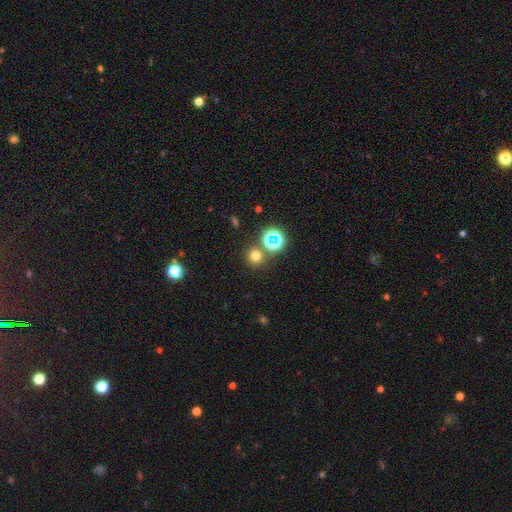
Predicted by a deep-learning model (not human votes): Smooth or featured?
  - smooth: 68% *
  - star or artifact: 26%
  - featured or disk: 7%
How rounded?
  - round: 91% *
  - in between: 8%
  - cigar-shaped: 1%
Merging?
  - none: 78% *
  - merger: 12%
  - minor disturbance: 7%
  - major disturbance: 3%